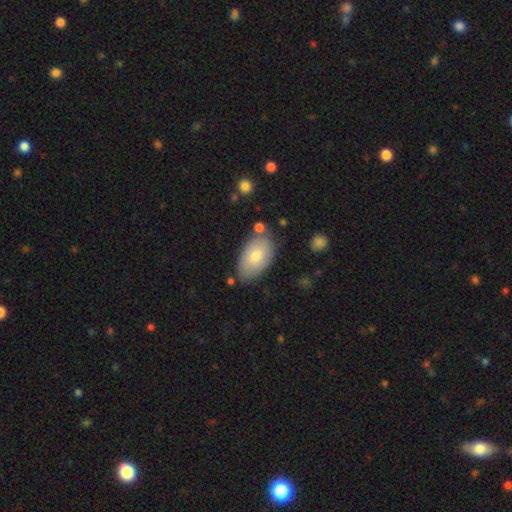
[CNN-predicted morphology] Q: Smooth or featured?
A: smooth (74%); runner-up: featured or disk (19%)
Q: How rounded?
A: in between (93%); runner-up: round (5%)
Q: Merging?
A: none (74%); runner-up: minor disturbance (17%)